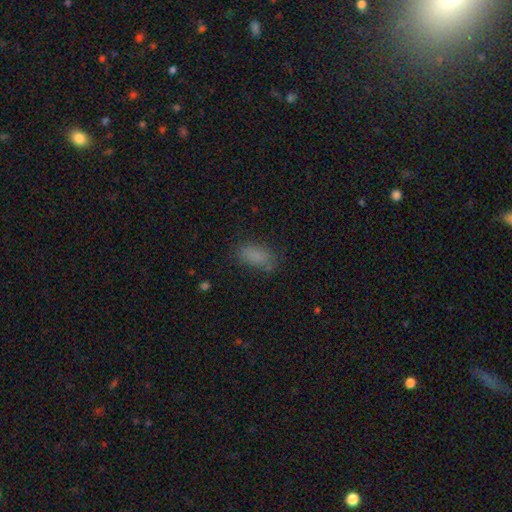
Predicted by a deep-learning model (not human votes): This appears to be a smooth galaxy with no disk features (83%) that is in between round and cigar-shaped (87%). Merging: none (75%).